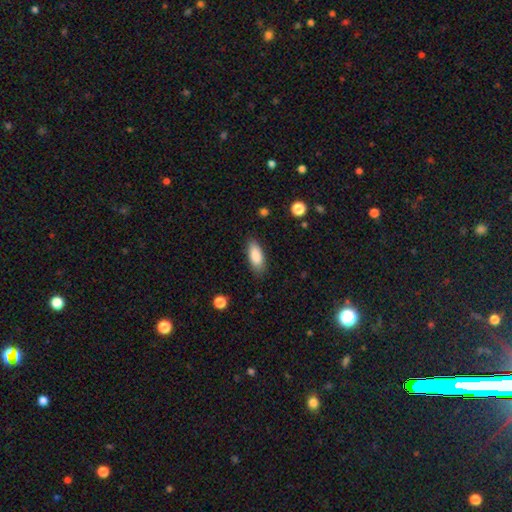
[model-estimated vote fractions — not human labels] Smooth or featured? smooth (87%)
How rounded? in between (82%)
Merging? none (84%)